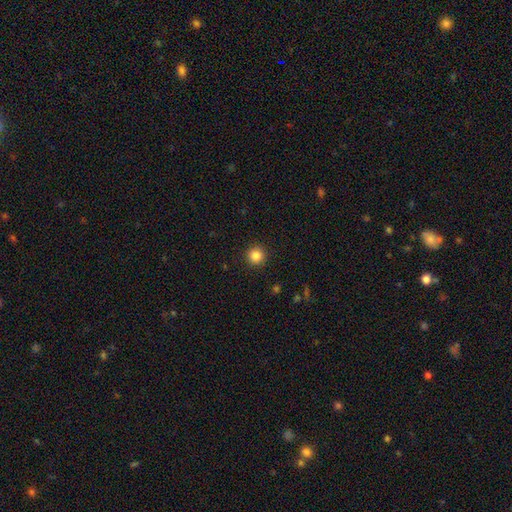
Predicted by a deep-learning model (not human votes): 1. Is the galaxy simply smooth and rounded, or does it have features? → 85% smooth, 11% star or artifact, 4% featured or disk.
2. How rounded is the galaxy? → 96% round, 3% in between, 1% cigar-shaped.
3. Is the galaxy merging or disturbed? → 92% none, 5% minor disturbance, 2% major disturbance, 1% merger.